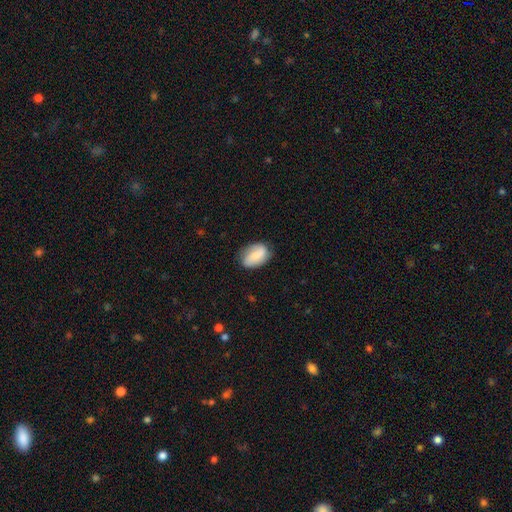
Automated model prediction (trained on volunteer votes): This appears to be a smooth galaxy with no disk features (56%) that is in between round and cigar-shaped (86%). Merging: none (75%).